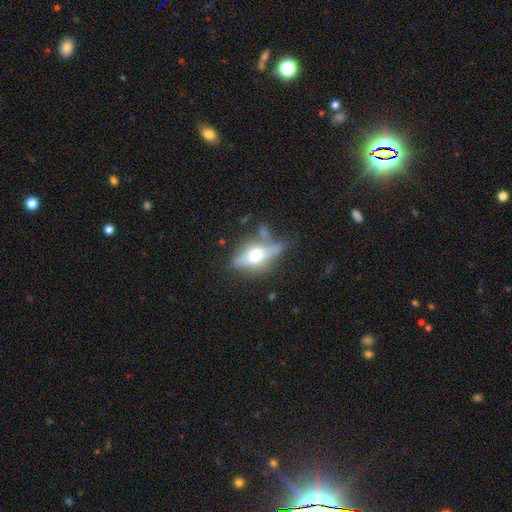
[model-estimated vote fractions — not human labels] The model was most divided on "smooth or featured": featured or disk: 52%, smooth: 40%, star or artifact: 8%. More confident: edge-on disk — yes (72%); merging — none (53%).